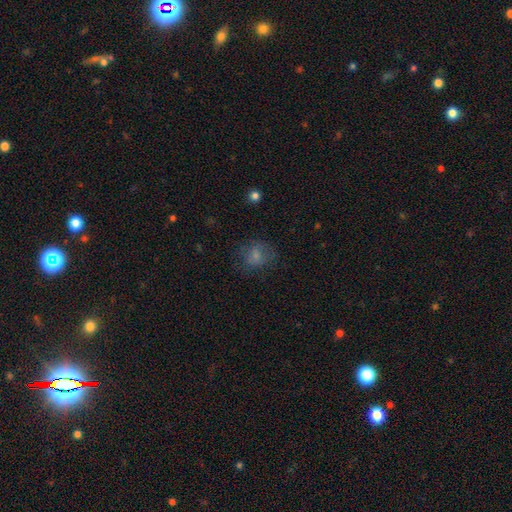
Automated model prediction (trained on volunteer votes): smooth-or-featured: smooth: 71% | featured or disk: 16% | star or artifact: 13%
  how-rounded: round: 59% | in between: 40% | cigar-shaped: 1%
  merging: none: 62% | minor disturbance: 21% | major disturbance: 15% | merger: 2%